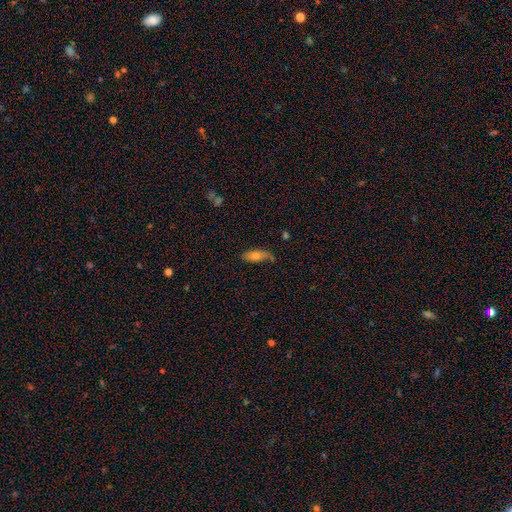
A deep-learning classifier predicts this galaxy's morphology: This appears to be a smooth galaxy with no disk features (72%) that is in between round and cigar-shaped (72%). Merging: none (71%).